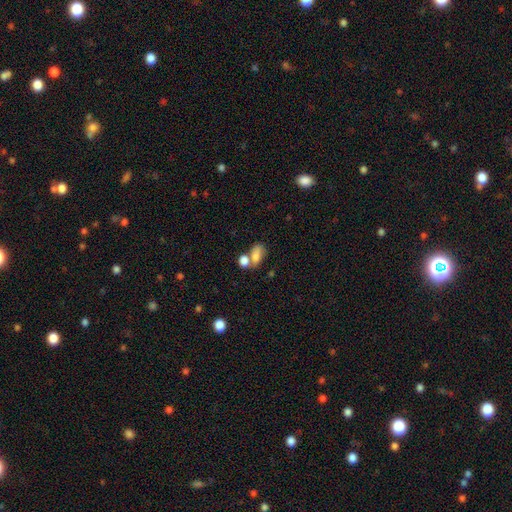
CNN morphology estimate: Overall: smooth (79%). How rounded: in between (83%). Merging: merger (48%; none 33%).